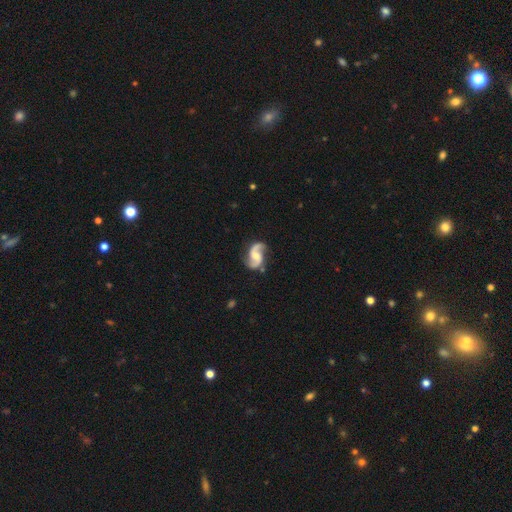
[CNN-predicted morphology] A featured or disk galaxy (91%) with no bar (47%), 2 (94%) loose (49%) spiral arms (98%) and a moderate central bulge (50%). Merging: none (78%).